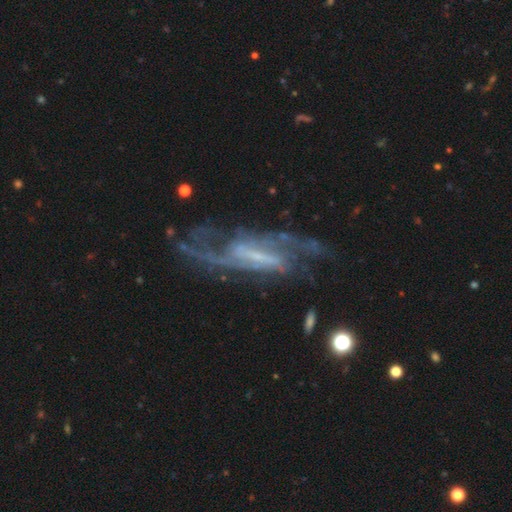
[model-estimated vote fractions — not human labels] smooth_or_featured: featured or disk (p=0.89) [alt: star or artifact p=0.06]
disk_edge_on: no (p=0.90) [alt: yes p=0.10]
bar: strong (p=0.52) [alt: weak p=0.35]
has_spiral_arms: yes (p=0.96) [alt: no p=0.04]
spiral_winding: medium (p=0.47) [alt: loose p=0.35]
spiral_arm_count: 2 (p=0.76) [alt: can't tell p=0.10]
bulge_size: small (p=0.45) [alt: none p=0.33]
merging: none (p=0.65) [alt: minor disturbance p=0.17]